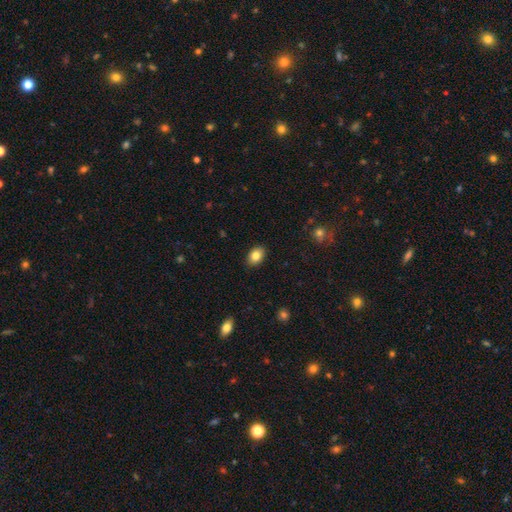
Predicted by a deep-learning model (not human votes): smooth-or-featured: smooth: 84% | star or artifact: 8% | featured or disk: 8%
  how-rounded: in between: 81% | round: 18% | cigar-shaped: 1%
  merging: none: 89% | minor disturbance: 8% | major disturbance: 2% | merger: 1%